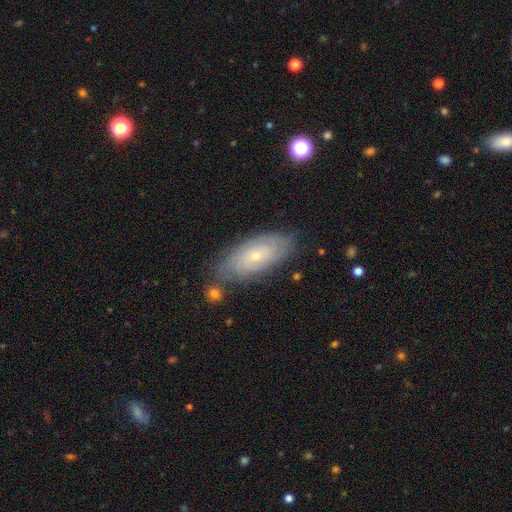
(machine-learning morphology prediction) This is possibly a featured or disk galaxy (56%). It is clearly not viewed edge-on (88%). Merging: likely none (75%).